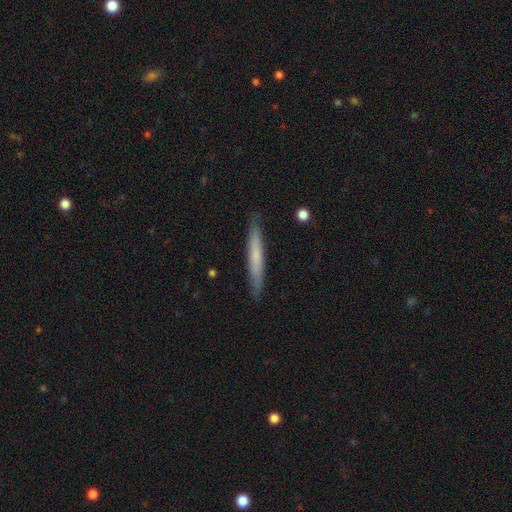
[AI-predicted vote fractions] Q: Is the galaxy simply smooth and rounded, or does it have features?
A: smooth — 59%.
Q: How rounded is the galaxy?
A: cigar-shaped — 96%.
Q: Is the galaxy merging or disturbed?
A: none — 89%.